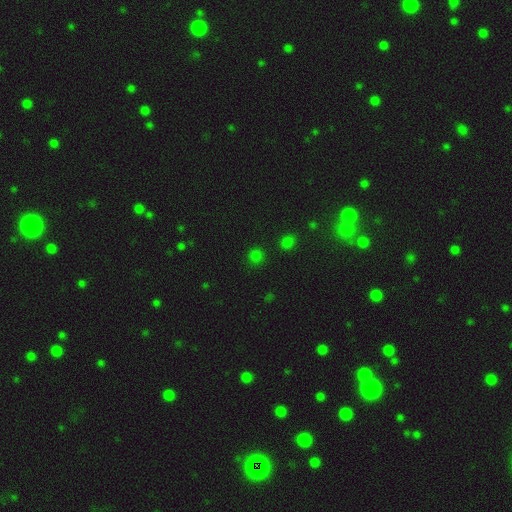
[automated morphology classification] Q: Smooth or featured?
A: smooth (73%); runner-up: star or artifact (23%)
Q: How rounded?
A: round (91%); runner-up: in between (8%)
Q: Merging?
A: none (87%); runner-up: minor disturbance (7%)